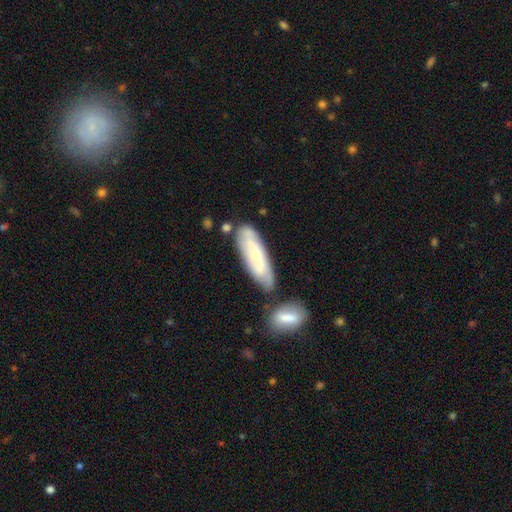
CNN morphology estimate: A featured or disk galaxy (49%). Merging: none (61%).